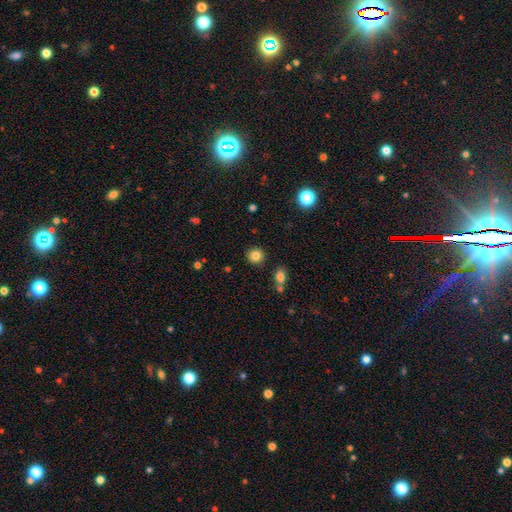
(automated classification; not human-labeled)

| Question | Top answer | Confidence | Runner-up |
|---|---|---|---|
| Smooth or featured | smooth | 84% | star or artifact (10%) |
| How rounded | round | 89% | in between (10%) |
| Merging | none | 89% | minor disturbance (6%) |